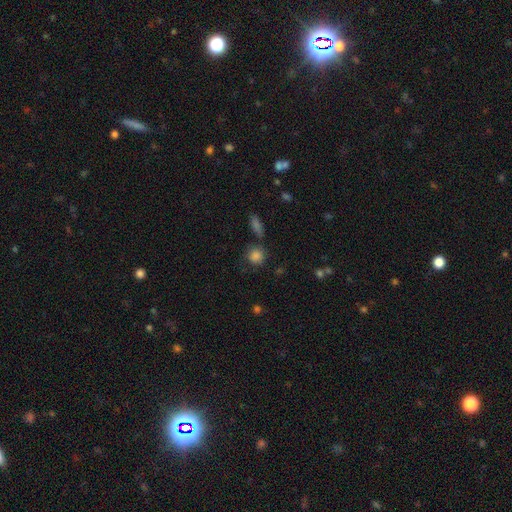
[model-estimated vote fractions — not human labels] Smooth or featured: smooth — 84% (star or artifact — 11%)
How rounded: round — 85% (in between — 14%)
Merging: none — 71% (minor disturbance — 15%)